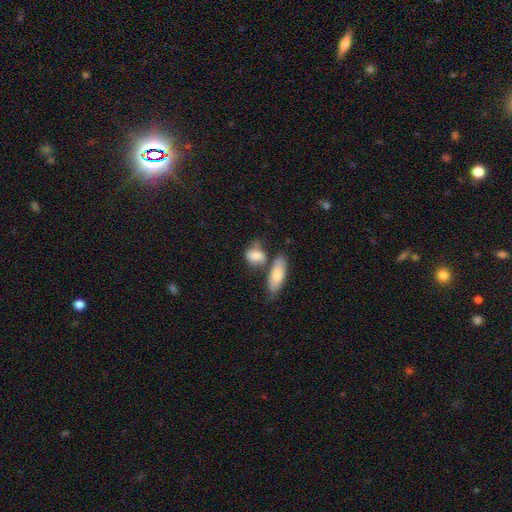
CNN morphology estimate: type=smooth (79%); roundness=in between (73%); merging=none (42%).